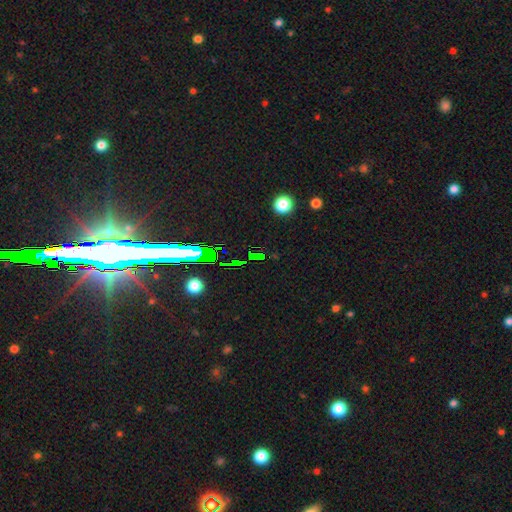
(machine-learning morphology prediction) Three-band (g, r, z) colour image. It shows a star or artifact, not a galaxy (71%).